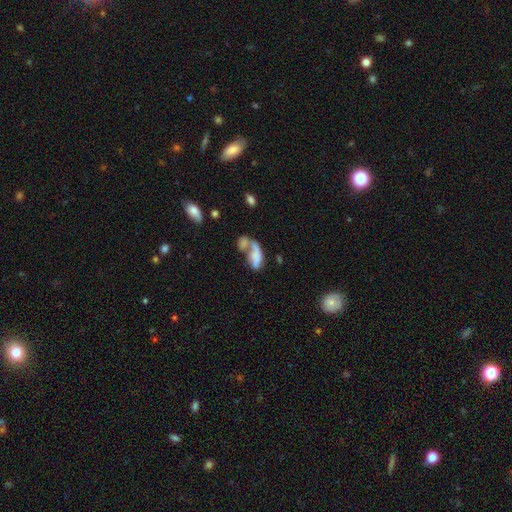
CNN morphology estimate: This appears to be a smooth galaxy with no disk features (59%) that is in between round and cigar-shaped (83%). Merging: merger (57%).